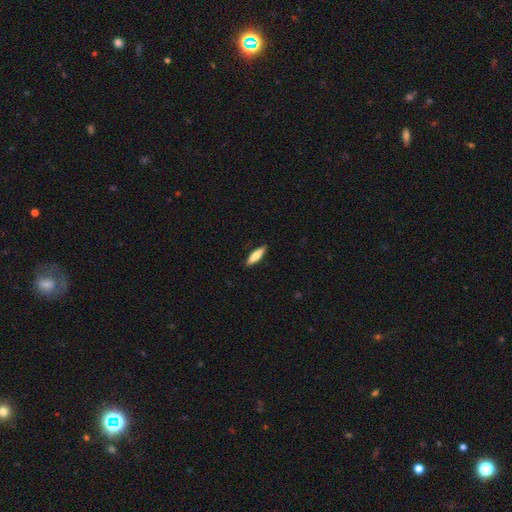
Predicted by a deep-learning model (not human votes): This appears to be a smooth galaxy with no disk features (75%) that is cigar-shaped (65%). Merging: none (89%).